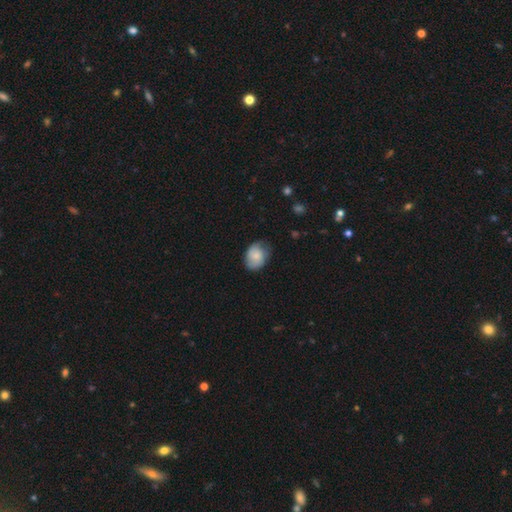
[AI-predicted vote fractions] Smooth or featured? smooth (71%)
How rounded? in between (60%)
Merging? none (60%)